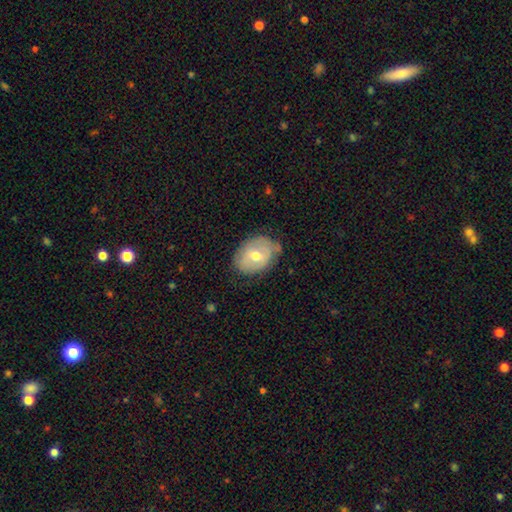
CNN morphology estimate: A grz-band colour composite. It shows a smooth galaxy with no disk features (47%). Merging: none (66%).